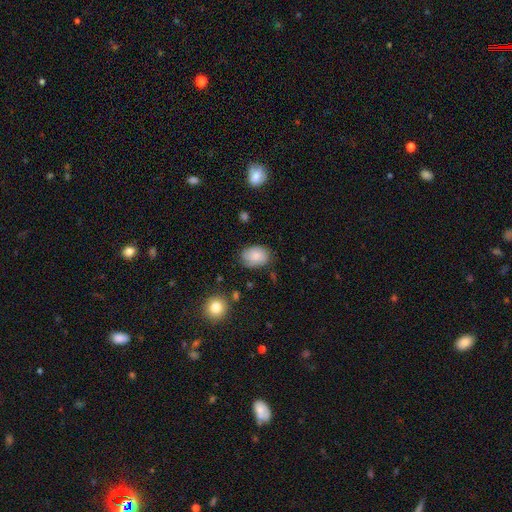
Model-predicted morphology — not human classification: Smooth or featured? smooth (76%)
How rounded? in between (74%)
Merging? none (72%)